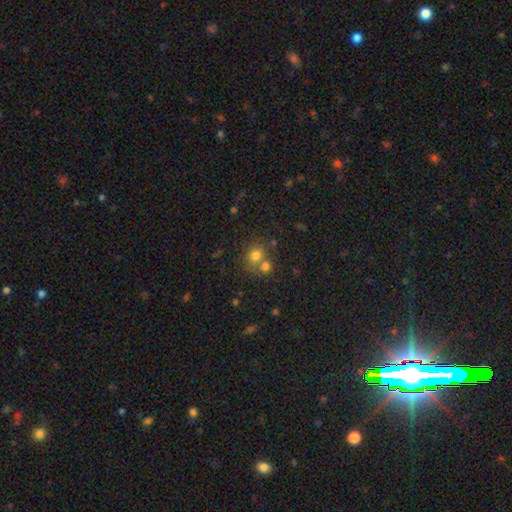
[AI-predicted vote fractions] Smooth or featured? Predicted: smooth (p=0.73). How rounded? Predicted: round (p=0.78). Merging? Predicted: none (p=0.49).